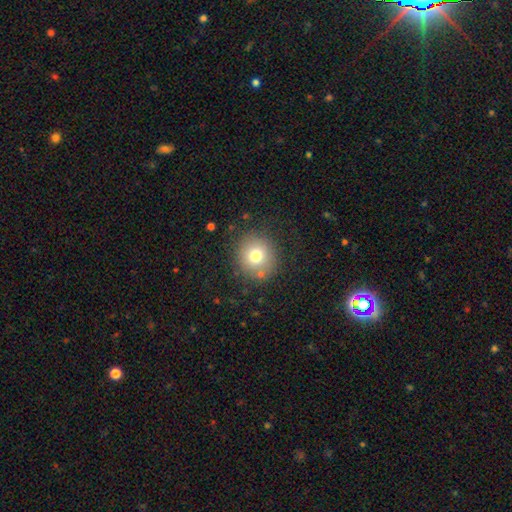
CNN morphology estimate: Smooth or featured?
  - smooth: 74% *
  - featured or disk: 13%
  - star or artifact: 12%
How rounded?
  - round: 89% *
  - in between: 11%
  - cigar-shaped: 1%
Merging?
  - none: 82% *
  - minor disturbance: 10%
  - major disturbance: 4%
  - merger: 3%